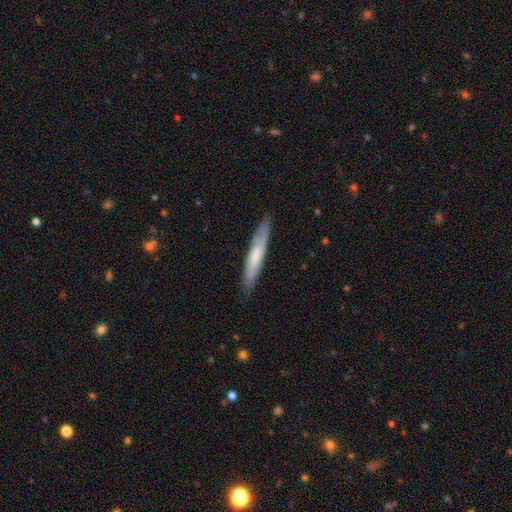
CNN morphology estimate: smooth 59%, featured or disk 36%, star or artifact 6%. Down the decision tree: how rounded — cigar-shaped (92%); merging — none (86%).